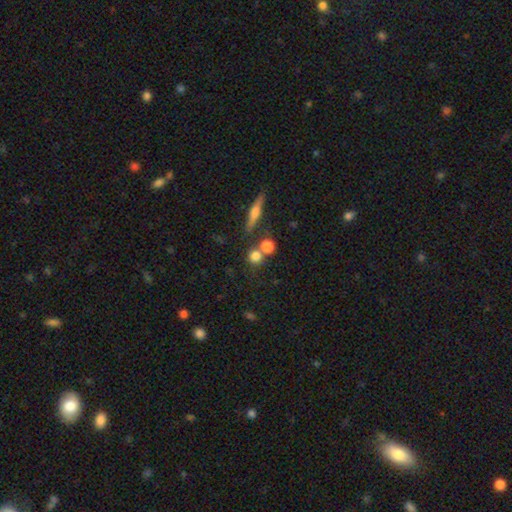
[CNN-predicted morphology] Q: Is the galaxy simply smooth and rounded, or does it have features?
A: smooth — 76%.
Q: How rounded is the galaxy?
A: round — 87%.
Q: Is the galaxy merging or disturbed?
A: none — 59%.